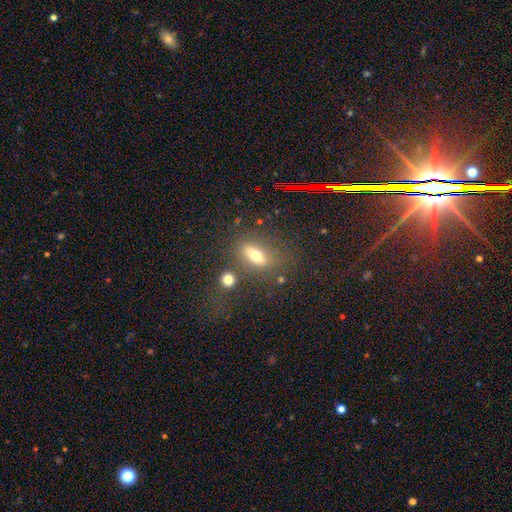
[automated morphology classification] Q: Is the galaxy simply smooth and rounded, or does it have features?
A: smooth — 65%.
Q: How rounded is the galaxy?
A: in between — 73%.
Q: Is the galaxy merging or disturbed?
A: none — 70%.